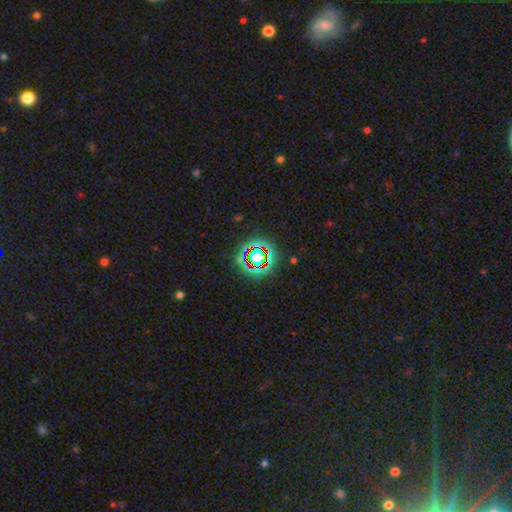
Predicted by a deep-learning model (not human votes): star or artifact 65%, smooth 24%, featured or disk 12%.